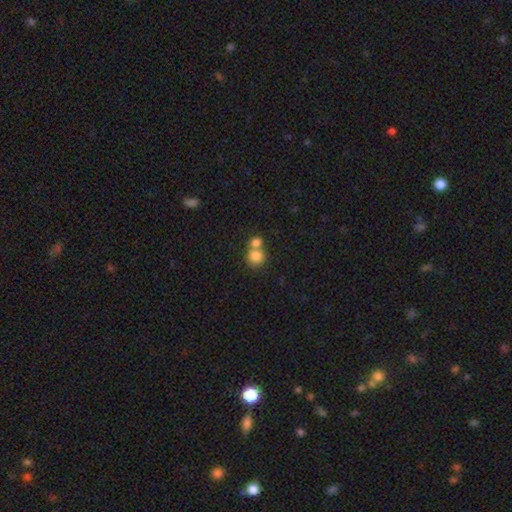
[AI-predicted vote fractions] A smooth galaxy with no disk features (81%) that is round (85%).

Vote fractions:
- Smooth or featured? smooth: 81% / star or artifact: 10% / featured or disk: 9%
- How rounded? round: 85% / in between: 14% / cigar-shaped: 1%
- Merging? merger: 51% / none: 40% / minor disturbance: 6% / major disturbance: 3%